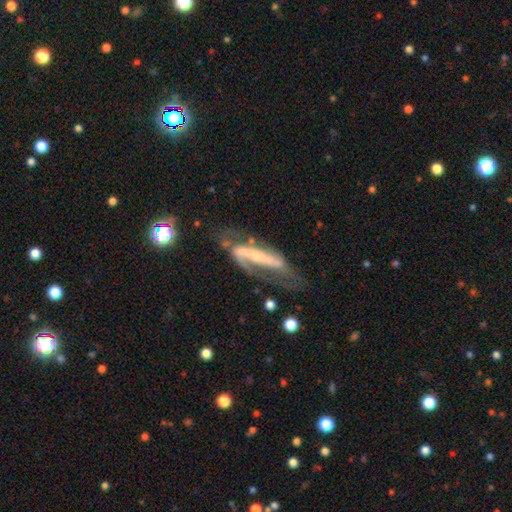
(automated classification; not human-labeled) This is clearly a featured or disk galaxy (81%). It is clearly not viewed edge-on (83%). Bar: possibly strong (50%). Spiral arm pattern: clearly yes (87%). Spiral arm count: likely 2 (75%). Spiral winding: marginally medium (40%, tied with loose). Central bulge: likely small (61%). Merging: marginally none (43%).